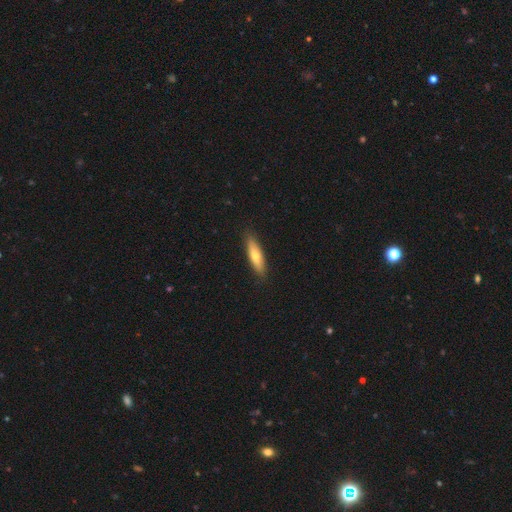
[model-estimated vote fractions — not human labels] Smooth or featured: smooth — 66% (featured or disk — 28%)
How rounded: cigar-shaped — 67% (in between — 32%)
Merging: none — 88% (minor disturbance — 9%)